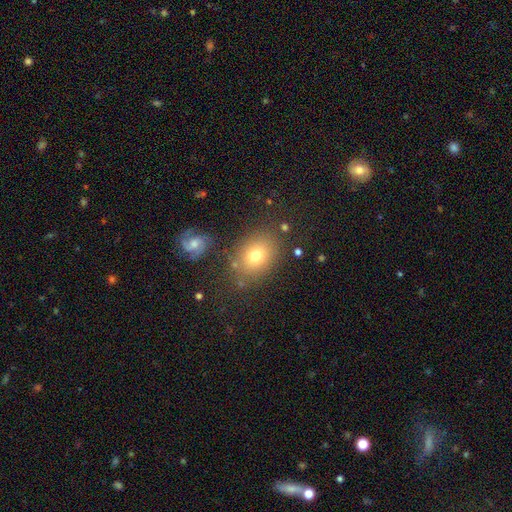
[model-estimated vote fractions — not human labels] smooth-or-featured: smooth: 73% | featured or disk: 15% | star or artifact: 12%
  how-rounded: in between: 61% | round: 37% | cigar-shaped: 1%
  merging: none: 78% | minor disturbance: 13% | merger: 5% | major disturbance: 5%